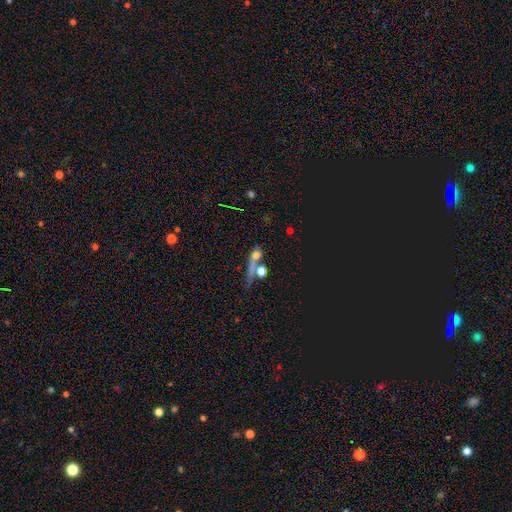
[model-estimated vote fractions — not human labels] A smooth galaxy with no disk features (44%).

Vote fractions:
- Smooth or featured? smooth: 44% / star or artifact: 31% / featured or disk: 24%
- Merging? none: 49% / merger: 30% / minor disturbance: 11% / major disturbance: 10%